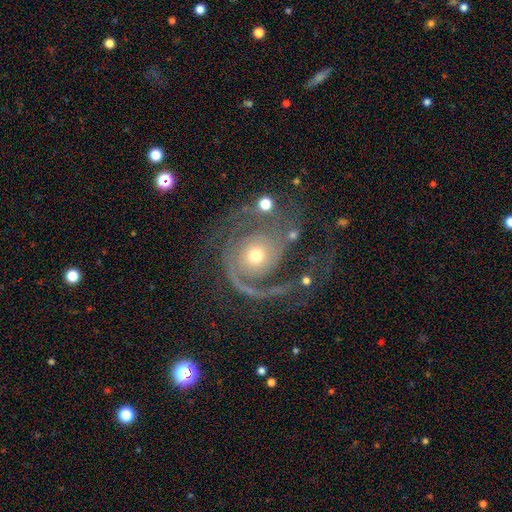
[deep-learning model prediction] smooth-or-featured: featured or disk: 88% | smooth: 6% | star or artifact: 6%
  disk-edge-on: no: 98% | yes: 2%
    bar: no: 79% | weak: 16% | strong: 5%
    has-spiral-arms: yes: 96% | no: 4%
      spiral-winding: medium: 42% | tight: 38% | loose: 20%
      spiral-arm-count: 2: 50% | 1: 28% | can't tell: 8% | 3: 8% | 4: 3% | more than 4: 3%
    bulge-size: moderate: 50% | small: 43% | large: 4% | none: 1% | dominant: 1%
  merging: none: 51% | major disturbance: 28% | minor disturbance: 16% | merger: 5%